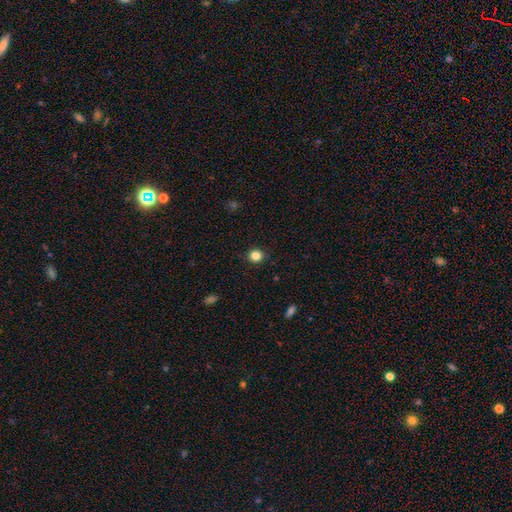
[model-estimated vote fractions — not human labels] This appears to be a smooth galaxy with no disk features (84%) that is round (86%). Merging: none (90%).